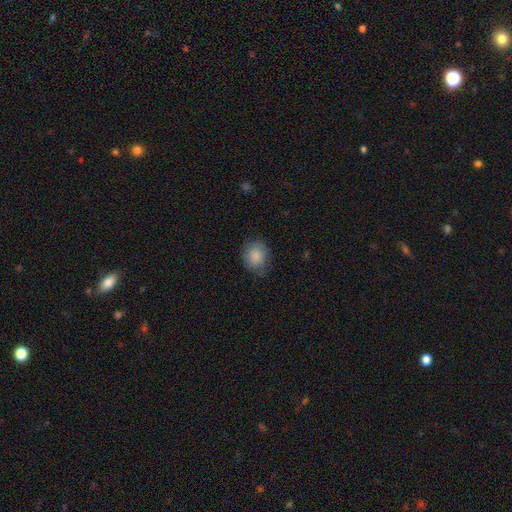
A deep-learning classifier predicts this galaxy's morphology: Overall: smooth (86%). How rounded: round (68%; in between 31%). Merging: none (75%).